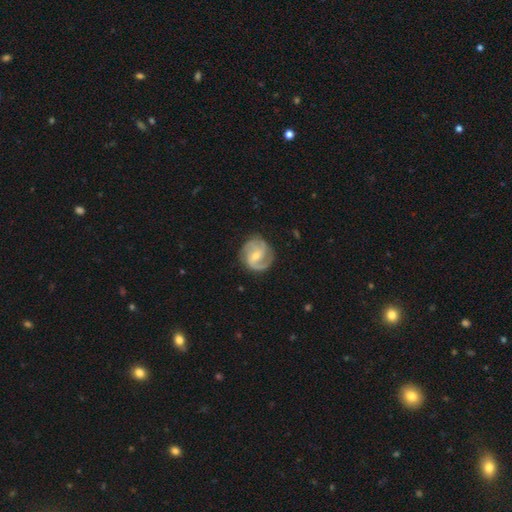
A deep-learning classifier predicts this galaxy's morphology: smooth_or_featured: featured or disk (p=0.85) [alt: smooth p=0.11]
disk_edge_on: no (p=0.98) [alt: yes p=0.02]
bar: weak (p=0.48) [alt: no p=0.35]
has_spiral_arms: yes (p=0.96) [alt: no p=0.04]
spiral_winding: medium (p=0.49) [alt: tight p=0.30]
spiral_arm_count: 2 (p=0.49) [alt: 3 p=0.28]
bulge_size: small (p=0.51) [alt: moderate p=0.45]
merging: none (p=0.77) [alt: minor disturbance p=0.16]